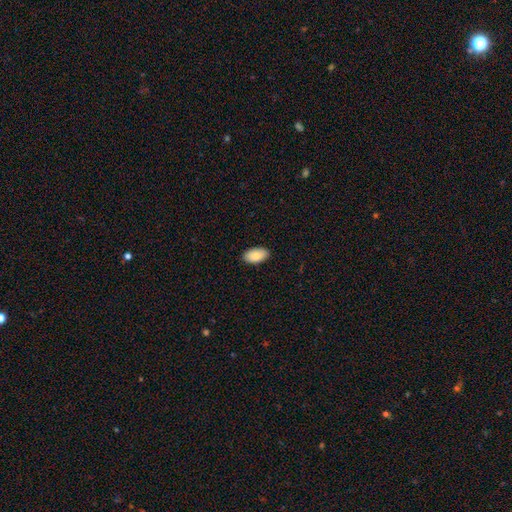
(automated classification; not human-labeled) The model was most divided on "merging": none: 89%, minor disturbance: 9%, major disturbance: 2%, merger: 1%. More confident: how rounded — in between (95%); smooth or featured — smooth (87%).